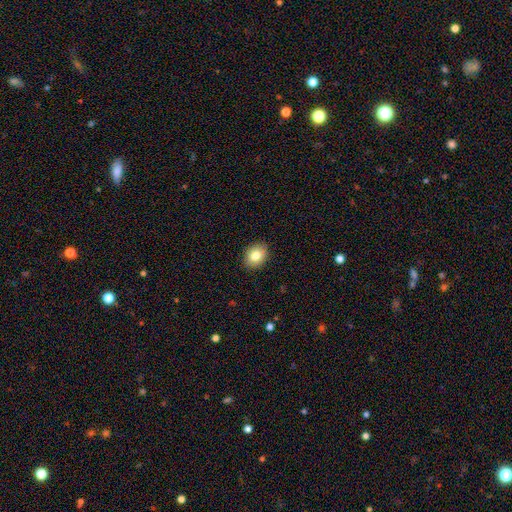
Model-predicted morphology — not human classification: type=smooth (82%); roundness=in between (60%); merging=none (89%).